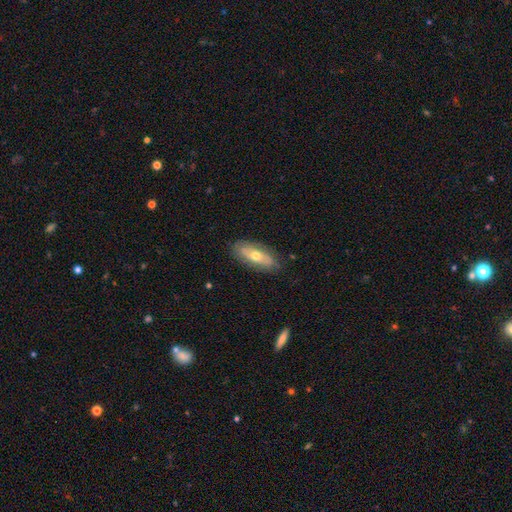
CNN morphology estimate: The model was most divided on "smooth or featured": smooth: 47%, featured or disk: 46%, star or artifact: 6%. More confident: merging — none (81%).